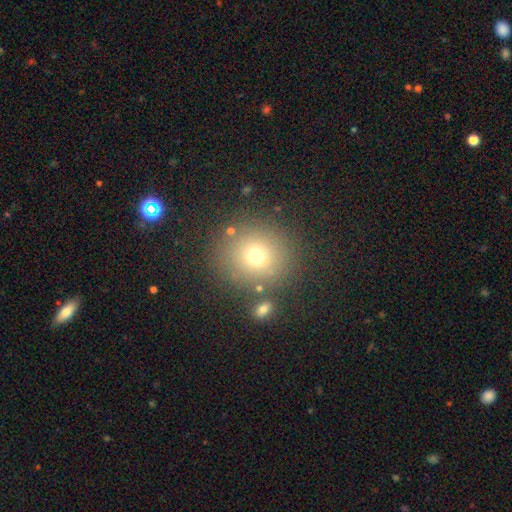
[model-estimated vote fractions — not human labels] The model was most divided on "smooth or featured": smooth: 69%, star or artifact: 18%, featured or disk: 12%. More confident: how rounded — round (87%); merging — none (81%).